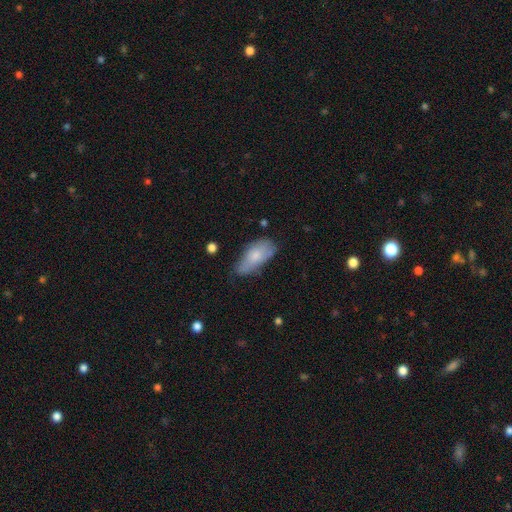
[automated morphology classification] Smooth or featured?
  - smooth: 71% *
  - featured or disk: 22%
  - star or artifact: 7%
How rounded?
  - in between: 89% *
  - cigar-shaped: 8%
  - round: 3%
Merging?
  - none: 49% *
  - minor disturbance: 37%
  - major disturbance: 11%
  - merger: 3%